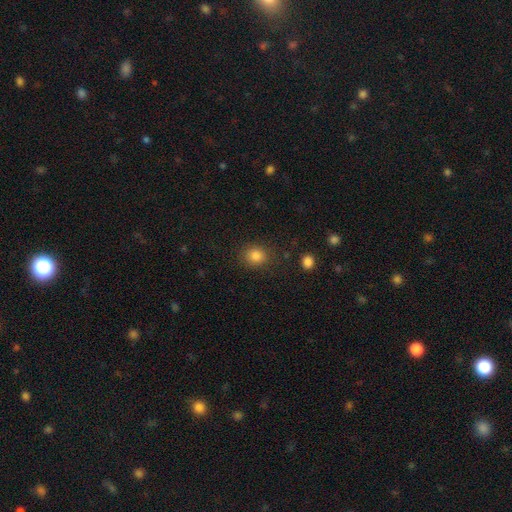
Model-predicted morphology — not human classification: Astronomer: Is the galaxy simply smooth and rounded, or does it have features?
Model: smooth — 84%.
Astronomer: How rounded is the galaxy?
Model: round — 78%.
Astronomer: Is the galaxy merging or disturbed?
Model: none — 85%.